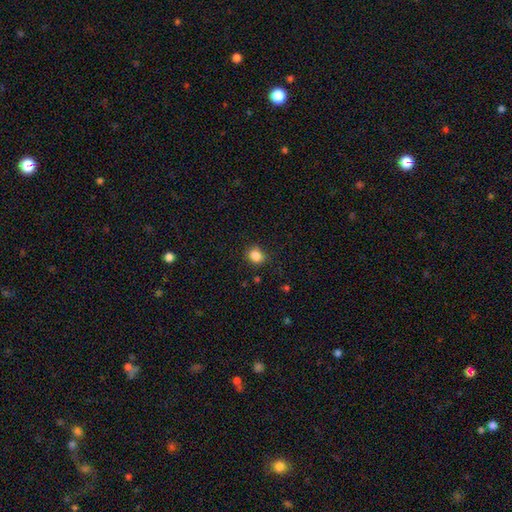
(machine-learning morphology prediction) Q: Smooth or featured?
A: smooth (85%); runner-up: star or artifact (10%)
Q: How rounded?
A: round (60%); runner-up: in between (39%)
Q: Merging?
A: none (81%); runner-up: minor disturbance (14%)